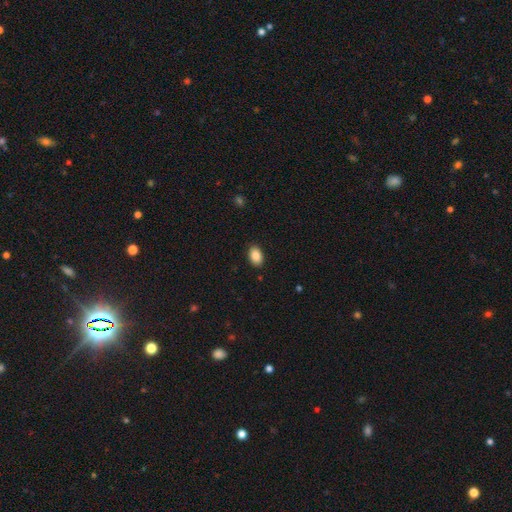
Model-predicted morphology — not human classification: Overall: smooth (88%). How rounded: in between (89%). Merging: none (89%).